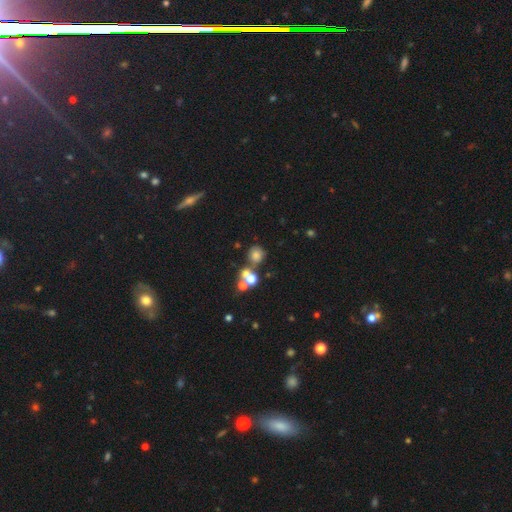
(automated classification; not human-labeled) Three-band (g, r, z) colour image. It shows a smooth galaxy with no disk features (63%) that is round (87%). Merging: none (62%).